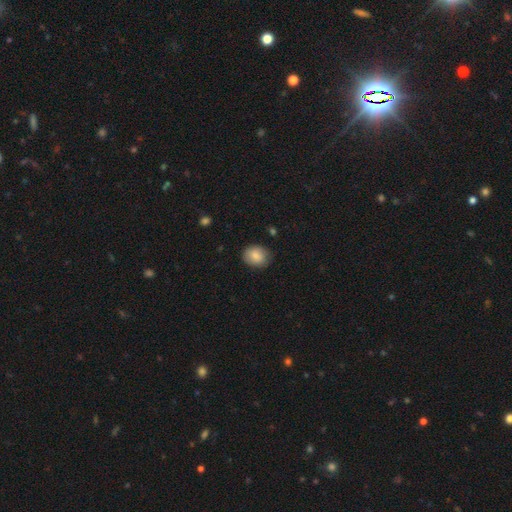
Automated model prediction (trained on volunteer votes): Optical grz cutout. It shows a smooth galaxy with no disk features (85%) that is in between round and cigar-shaped (50%). Merging: none (81%).